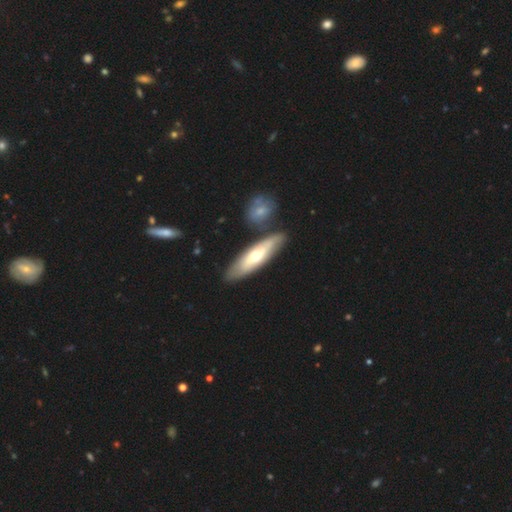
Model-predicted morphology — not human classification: Smooth or featured? Predicted: featured or disk (p=0.50). Merging? Predicted: none (p=0.77).